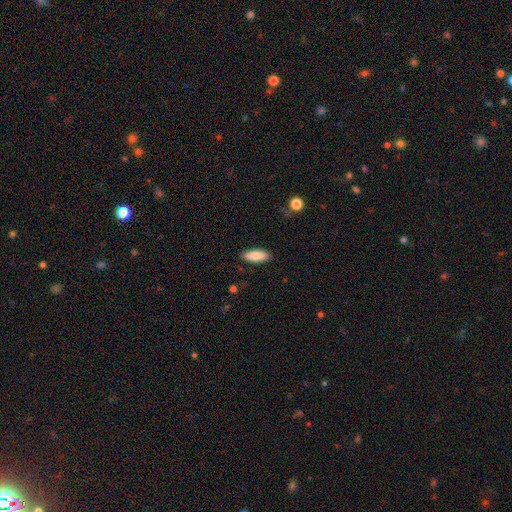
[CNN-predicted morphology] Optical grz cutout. It shows a smooth galaxy with no disk features (85%) that is in between round and cigar-shaped (70%). Merging: none (87%).